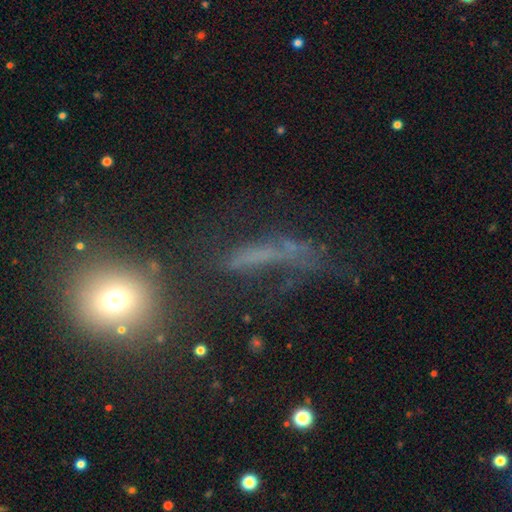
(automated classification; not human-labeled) Smooth or featured? smooth (38%)
Merging? none (40%)